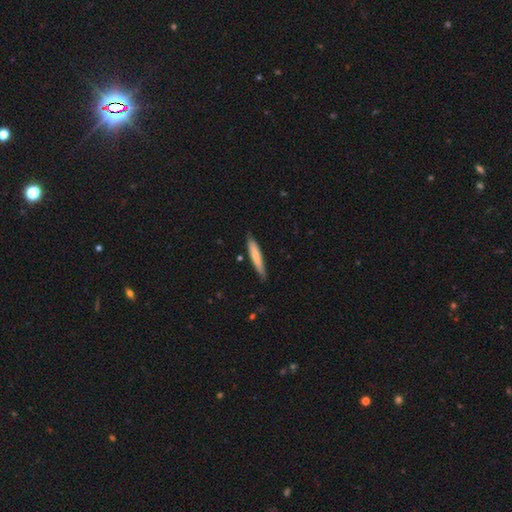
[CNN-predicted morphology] Smooth or featured?
  - smooth: 70% *
  - featured or disk: 24%
  - star or artifact: 5%
How rounded?
  - cigar-shaped: 92% *
  - in between: 7%
  - round: 1%
Merging?
  - none: 82% *
  - minor disturbance: 14%
  - major disturbance: 2%
  - merger: 2%